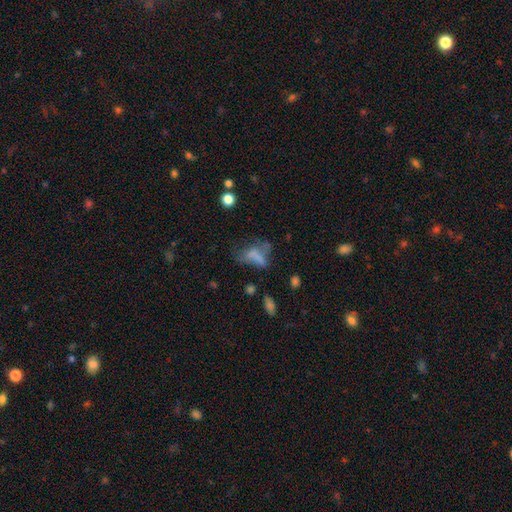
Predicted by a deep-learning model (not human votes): This appears to be a smooth galaxy with no disk features (54%) that is in between round and cigar-shaped (76%). Merging: major disturbance (35%).